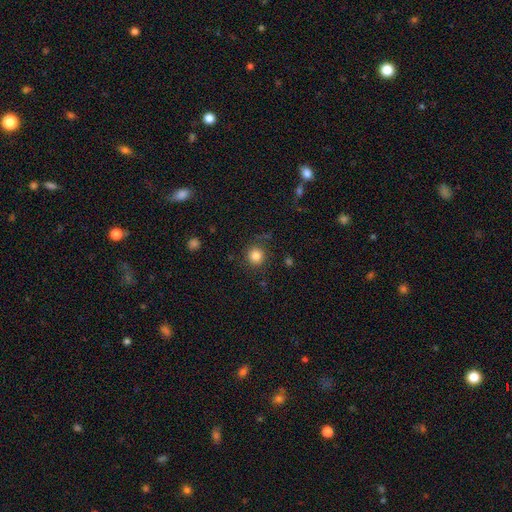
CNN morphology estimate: The model was most divided on "smooth or featured": smooth: 84%, star or artifact: 12%, featured or disk: 5%. More confident: how rounded — round (92%); merging — none (87%).